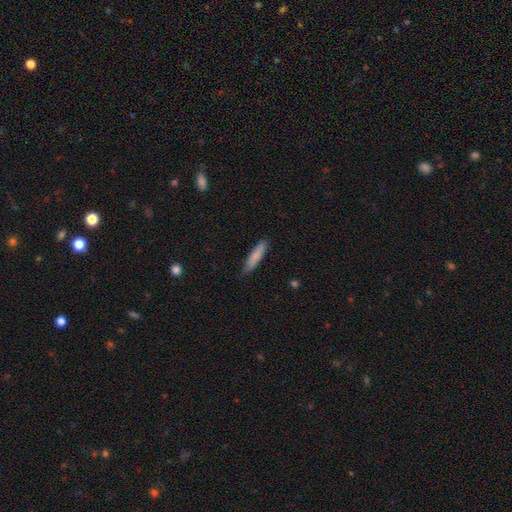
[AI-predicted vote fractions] smooth 83%, featured or disk 11%, star or artifact 6%. Down the decision tree: how rounded — cigar-shaped (83%); merging — none (81%).